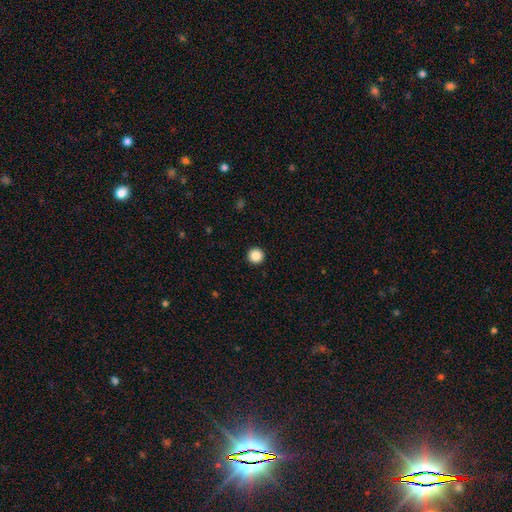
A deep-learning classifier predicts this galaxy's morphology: A smooth galaxy with no disk features (86%) that is round (97%). Merging: none (94%).